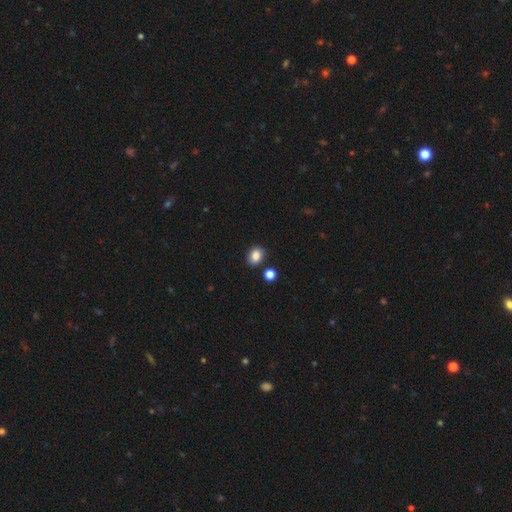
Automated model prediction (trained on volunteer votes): Smooth or featured?
  - smooth: 86% *
  - star or artifact: 10%
  - featured or disk: 5%
How rounded?
  - in between: 59% *
  - round: 40%
  - cigar-shaped: 1%
Merging?
  - none: 82% *
  - minor disturbance: 10%
  - merger: 5%
  - major disturbance: 2%